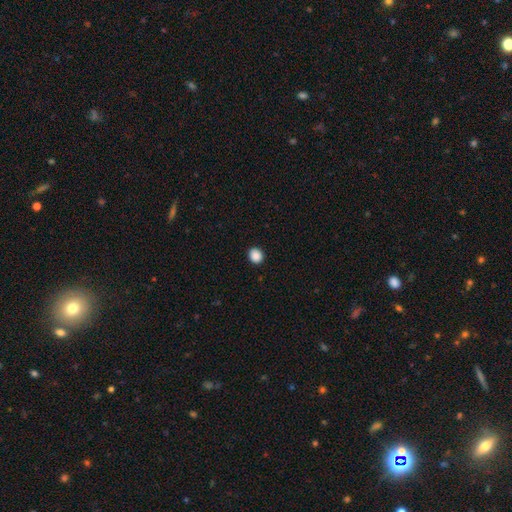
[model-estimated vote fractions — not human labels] This appears to be a smooth galaxy with no disk features (89%) that is round (81%). Merging: none (93%).